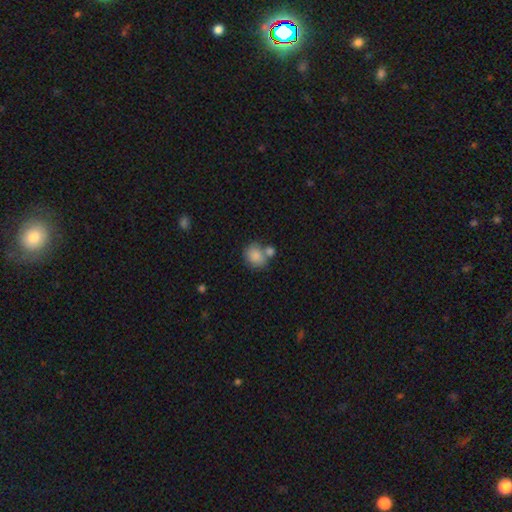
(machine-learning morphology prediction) Q: Smooth or featured?
A: smooth (84%); runner-up: star or artifact (8%)
Q: How rounded?
A: round (56%); runner-up: in between (43%)
Q: Merging?
A: none (48%); runner-up: merger (33%)